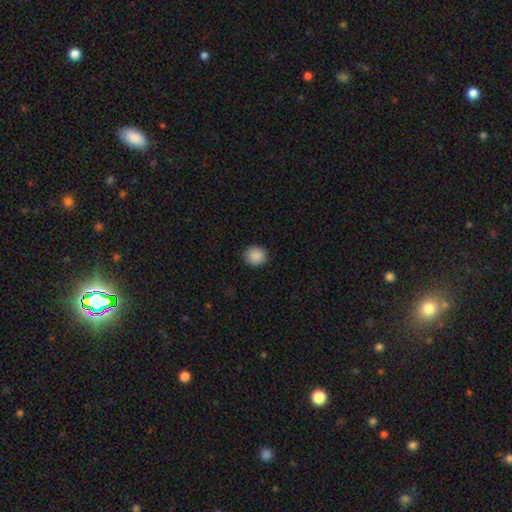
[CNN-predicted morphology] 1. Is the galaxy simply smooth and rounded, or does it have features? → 89% smooth, 8% star or artifact, 3% featured or disk.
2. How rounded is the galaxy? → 83% round, 16% in between, 1% cigar-shaped.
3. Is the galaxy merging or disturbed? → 91% none, 7% minor disturbance, 2% major disturbance, 1% merger.